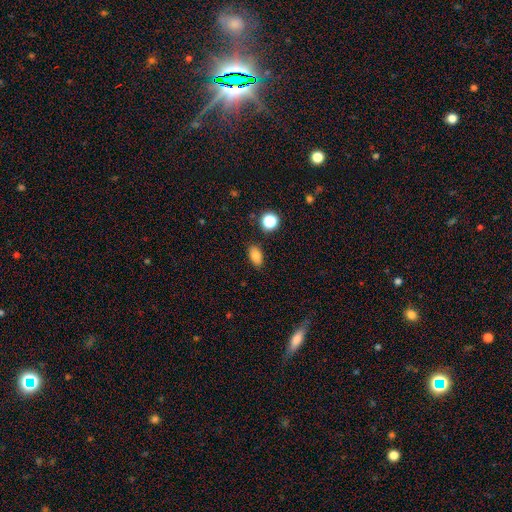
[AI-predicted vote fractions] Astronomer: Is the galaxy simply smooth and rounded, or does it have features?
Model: smooth — 83%.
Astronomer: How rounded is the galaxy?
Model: in between — 87%.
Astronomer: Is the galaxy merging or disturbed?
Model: none — 85%.